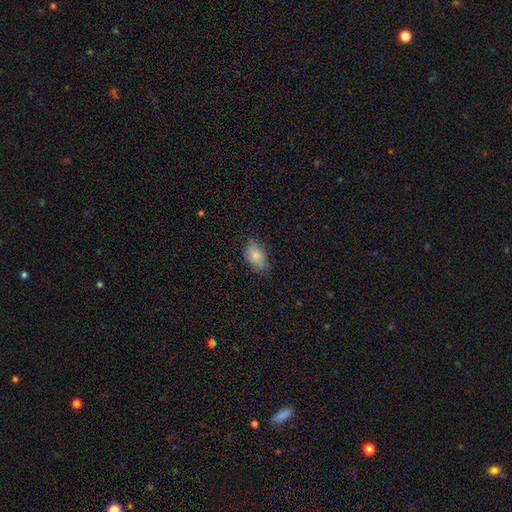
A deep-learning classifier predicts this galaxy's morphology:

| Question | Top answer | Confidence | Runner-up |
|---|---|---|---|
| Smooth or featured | smooth | 80% | featured or disk (12%) |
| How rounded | in between | 87% | round (11%) |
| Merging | none | 68% | minor disturbance (25%) |